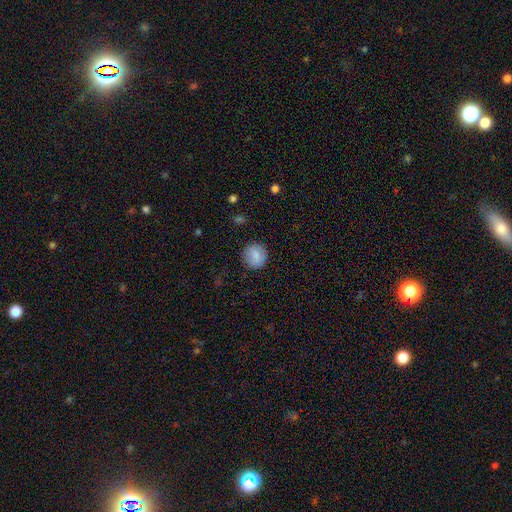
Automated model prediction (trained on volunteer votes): Smooth or featured? smooth (84%)
How rounded? round (90%)
Merging? none (89%)